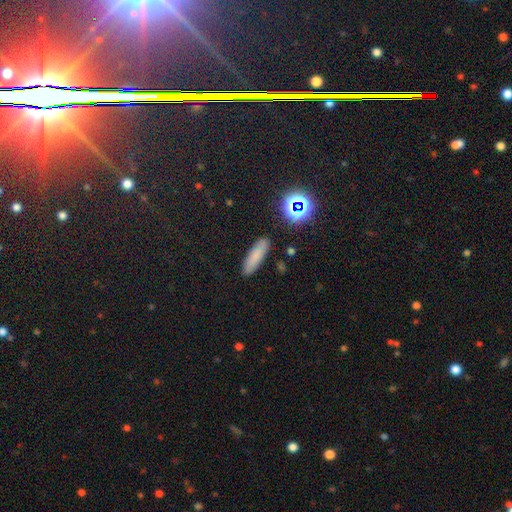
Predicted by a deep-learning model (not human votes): This appears to be a smooth galaxy with no disk features (75%) that is cigar-shaped (62%). Merging: none (87%).